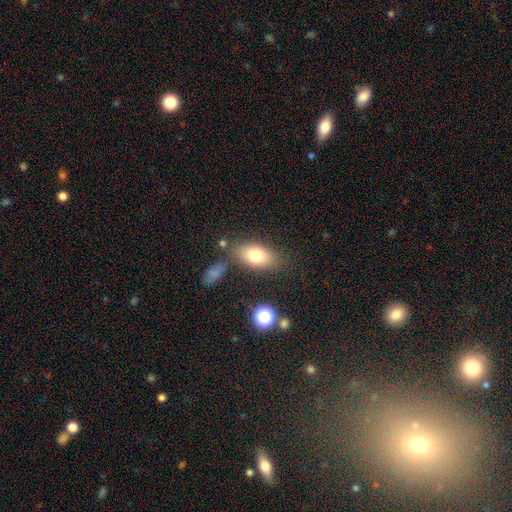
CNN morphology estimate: A smooth galaxy with no disk features (77%) that is in between round and cigar-shaped (88%).

Vote fractions:
- Smooth or featured? smooth: 77% / featured or disk: 14% / star or artifact: 9%
- How rounded? in between: 88% / round: 7% / cigar-shaped: 5%
- Merging? none: 73% / minor disturbance: 14% / merger: 8% / major disturbance: 5%